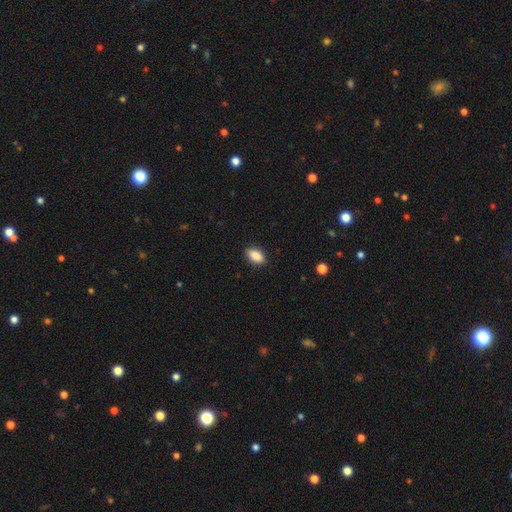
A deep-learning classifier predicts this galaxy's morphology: Overall: smooth (89%). How rounded: in between (91%). Merging: none (86%).